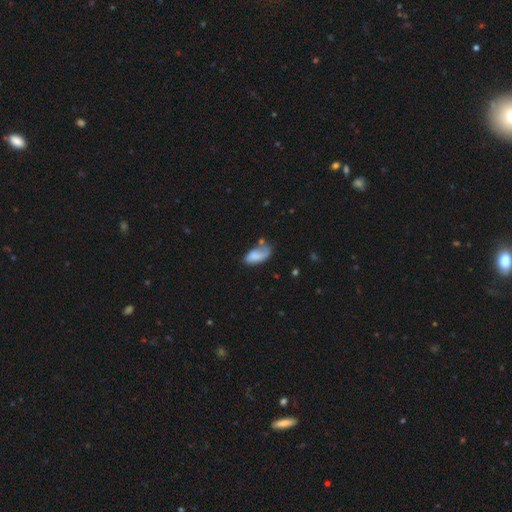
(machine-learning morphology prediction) smooth-or-featured: smooth: 72% | featured or disk: 20% | star or artifact: 8%
  how-rounded: in between: 91% | cigar-shaped: 5% | round: 4%
  merging: none: 39% | minor disturbance: 29% | major disturbance: 20% | merger: 12%